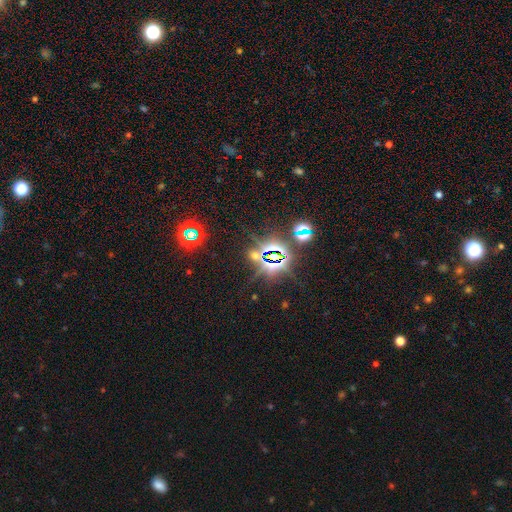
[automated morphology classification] This appears to be a star or artifact, not a galaxy (75%).